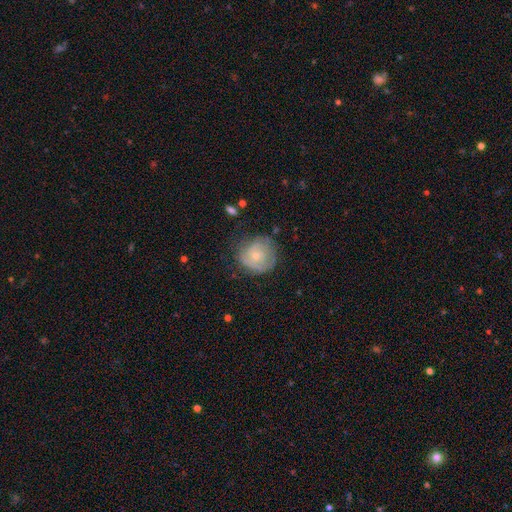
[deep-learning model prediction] Overall: featured or disk (47%; smooth 45%). Merging: none (61%; minor disturbance 26%).